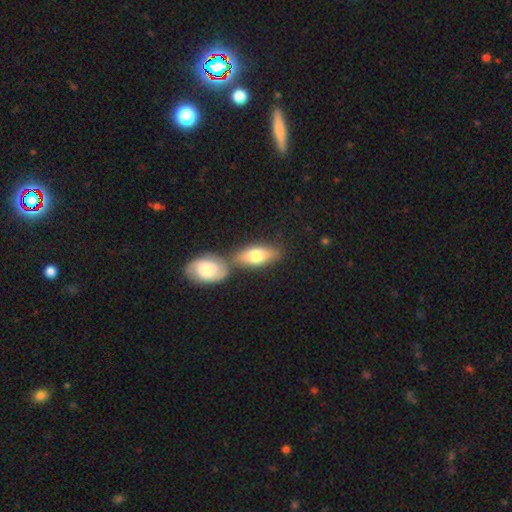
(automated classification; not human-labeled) Smooth or featured? smooth (72%)
How rounded? in between (84%)
Merging? none (52%)